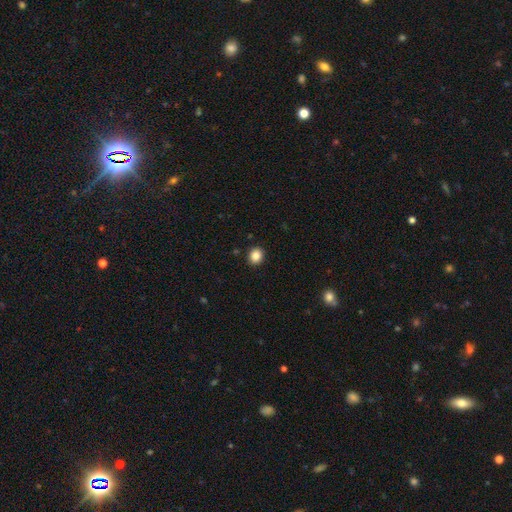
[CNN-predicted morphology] type=smooth (86%); roundness=round (73%); merging=none (91%).